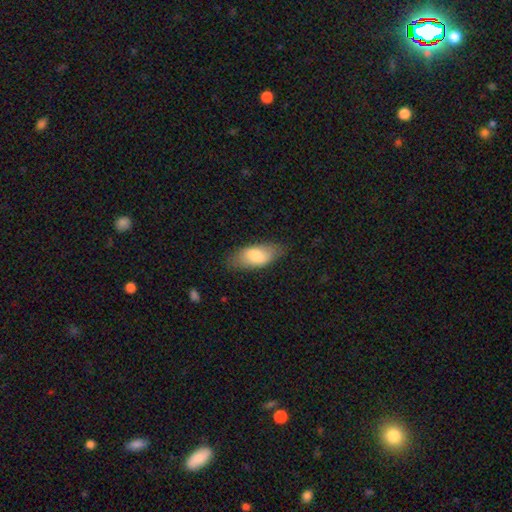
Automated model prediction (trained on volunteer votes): Smooth or featured: smooth — 77% (featured or disk — 17%)
How rounded: in between — 87% (cigar-shaped — 10%)
Merging: none — 77% (minor disturbance — 17%)